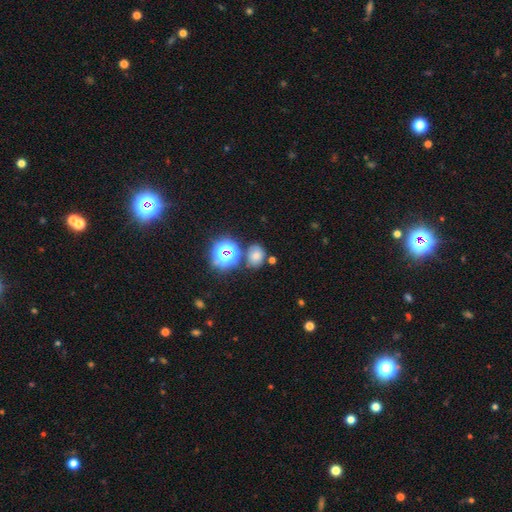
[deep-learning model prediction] smooth-or-featured: smooth: 65% | star or artifact: 25% | featured or disk: 10%
  how-rounded: round: 53% | in between: 46% | cigar-shaped: 1%
  merging: none: 72% | minor disturbance: 13% | merger: 11% | major disturbance: 4%